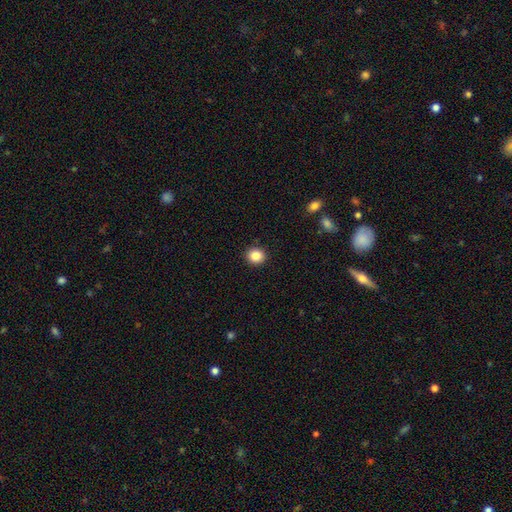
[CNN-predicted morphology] The model was most divided on "how rounded": round: 86%, in between: 13%, cigar-shaped: 1%. More confident: merging — none (92%); smooth or featured — smooth (86%).